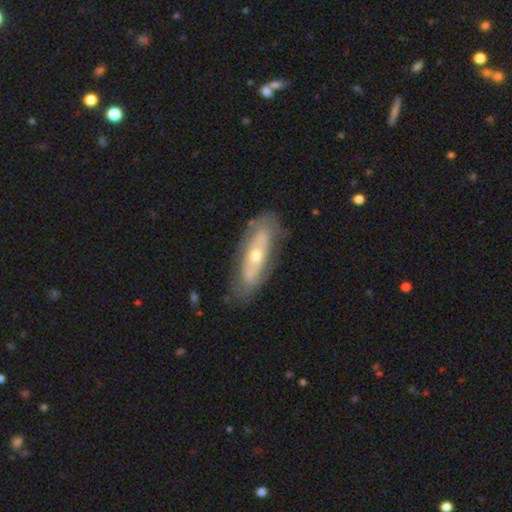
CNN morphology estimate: featured or disk 61%, smooth 33%, star or artifact 6%. Down the decision tree: edge-on disk — no (79%); merging — none (74%).